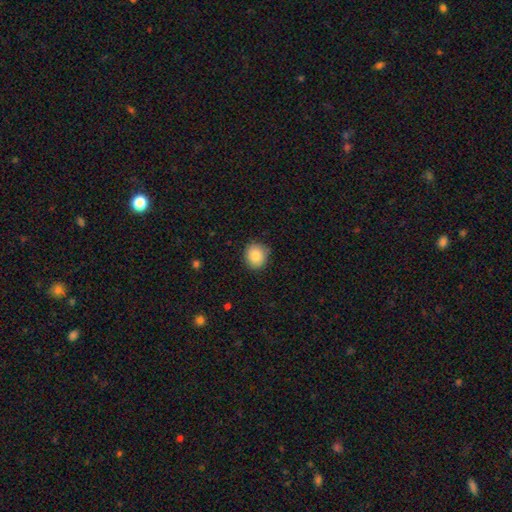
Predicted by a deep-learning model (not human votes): Smooth or featured? Predicted: smooth (p=0.86). How rounded? Predicted: round (p=0.81). Merging? Predicted: none (p=0.83).